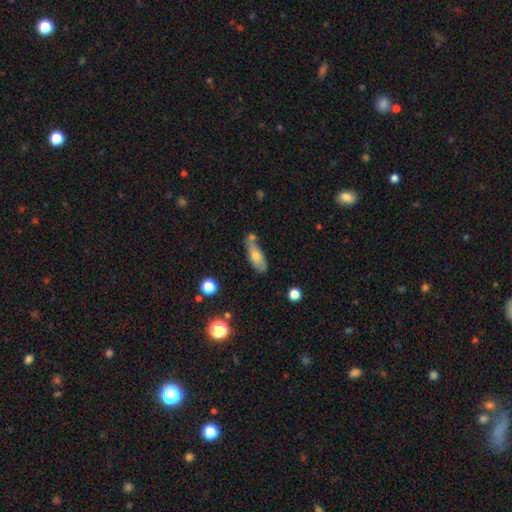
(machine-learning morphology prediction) This is likely a smooth galaxy (64%). How rounded: likely in between (62%). Merging: possibly none (55%).